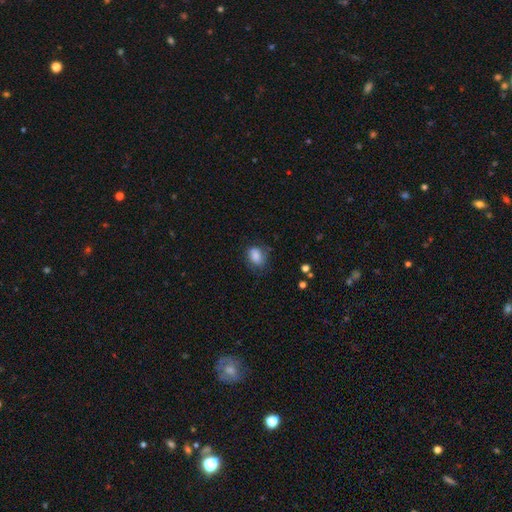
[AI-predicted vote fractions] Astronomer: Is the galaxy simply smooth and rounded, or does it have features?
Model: smooth — 80%.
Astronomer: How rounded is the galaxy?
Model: in between — 66%.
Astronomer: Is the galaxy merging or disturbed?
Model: none — 60%.